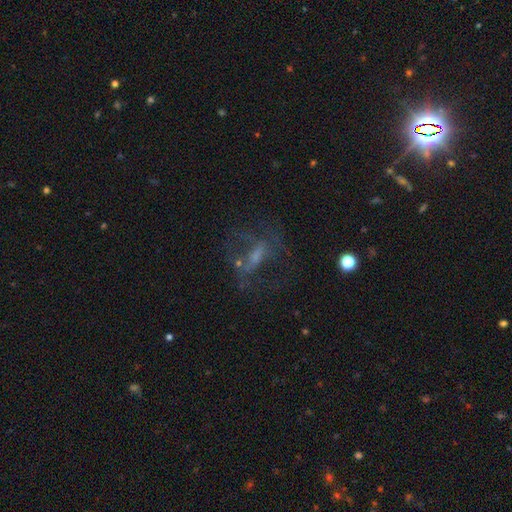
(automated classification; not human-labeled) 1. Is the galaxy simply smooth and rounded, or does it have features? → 57% featured or disk, 24% smooth, 19% star or artifact.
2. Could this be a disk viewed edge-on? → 91% no, 9% yes.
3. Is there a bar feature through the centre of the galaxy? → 43% no, 36% weak, 21% strong.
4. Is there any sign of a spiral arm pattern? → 57% no, 43% yes.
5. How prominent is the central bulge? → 36% small, 35% none, 23% moderate, 4% large, 1% dominant.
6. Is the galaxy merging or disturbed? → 48% none, 32% major disturbance, 16% minor disturbance, 4% merger.